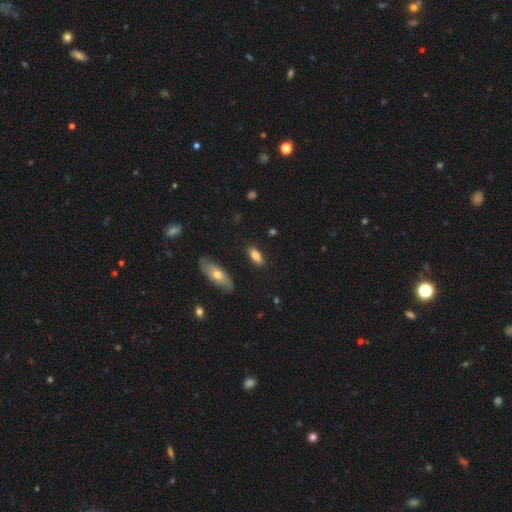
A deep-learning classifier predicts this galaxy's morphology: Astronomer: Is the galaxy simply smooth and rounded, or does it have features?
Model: smooth — 81%.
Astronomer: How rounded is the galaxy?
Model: in between — 83%.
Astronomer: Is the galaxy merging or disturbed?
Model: none — 85%.